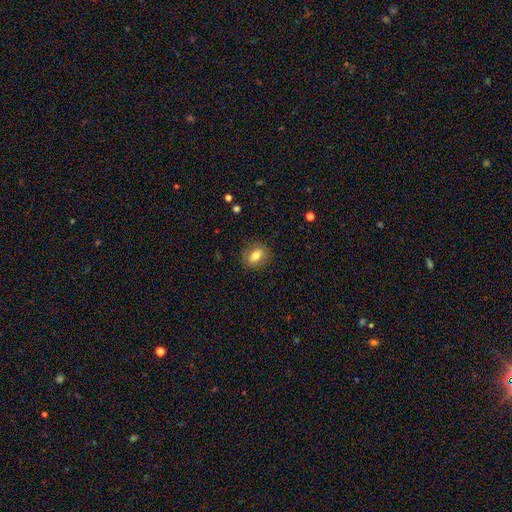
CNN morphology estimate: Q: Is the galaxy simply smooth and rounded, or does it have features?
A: smooth — 75%.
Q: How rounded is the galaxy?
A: in between — 56%.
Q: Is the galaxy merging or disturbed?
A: none — 86%.